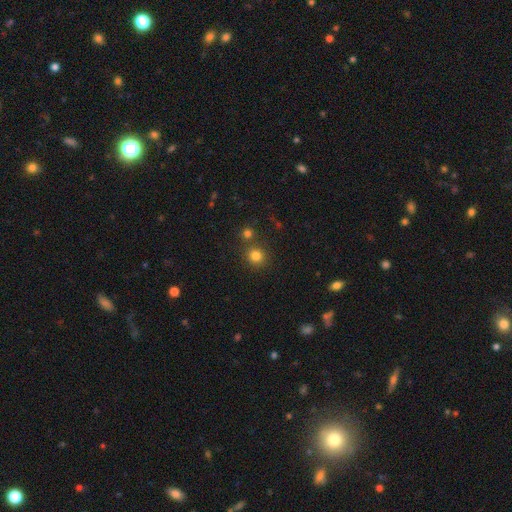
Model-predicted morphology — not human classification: Smooth or featured? smooth (80%)
How rounded? round (90%)
Merging? none (76%)